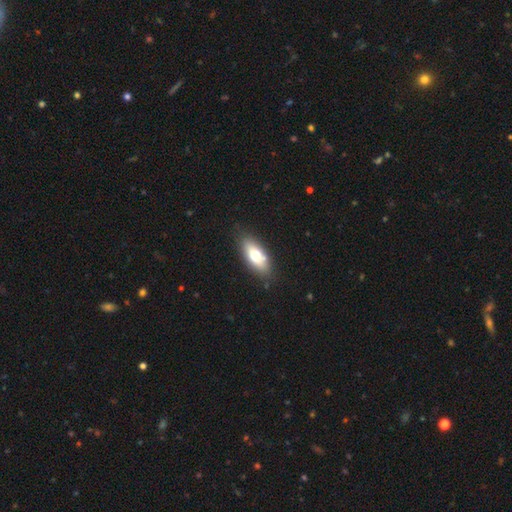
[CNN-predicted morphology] Q: Smooth or featured?
A: smooth (64%); runner-up: featured or disk (29%)
Q: How rounded?
A: in between (77%); runner-up: cigar-shaped (20%)
Q: Merging?
A: none (82%); runner-up: minor disturbance (12%)